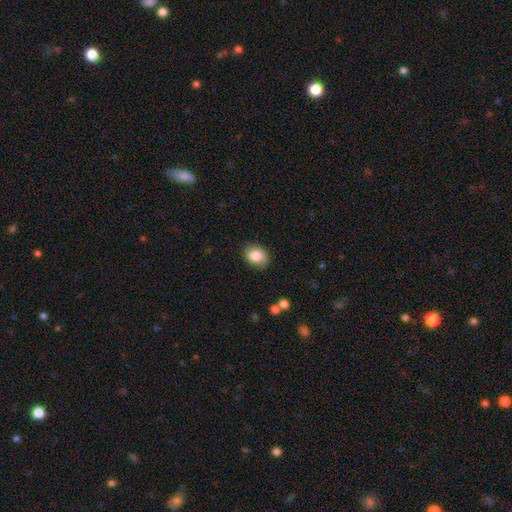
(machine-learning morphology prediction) Overall: smooth (80%). How rounded: in between (66%; round 32%). Merging: none (83%).